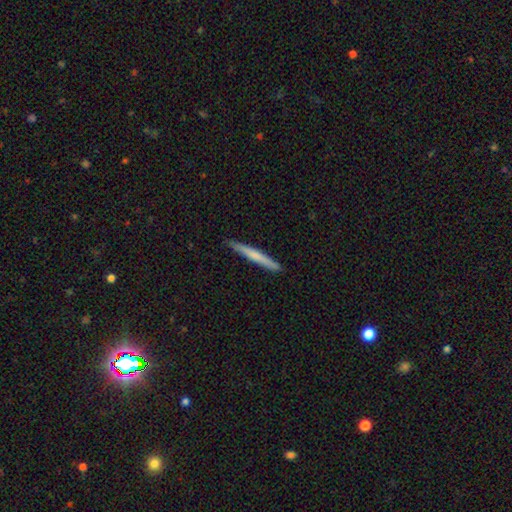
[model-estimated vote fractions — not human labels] A smooth galaxy with no disk features (62%) that is cigar-shaped (97%).

Vote fractions:
- Smooth or featured? smooth: 62% / featured or disk: 33% / star or artifact: 5%
- How rounded? cigar-shaped: 97% / in between: 2% / round: 1%
- Merging? none: 90% / minor disturbance: 7% / major disturbance: 1% / merger: 1%